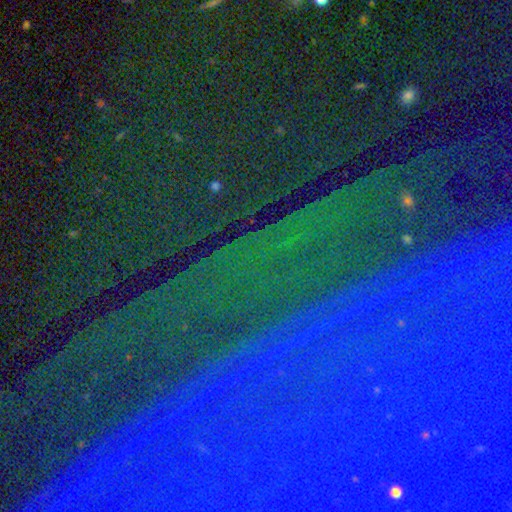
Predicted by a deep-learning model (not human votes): This is clearly a star or artifact rather than a galaxy (88%).